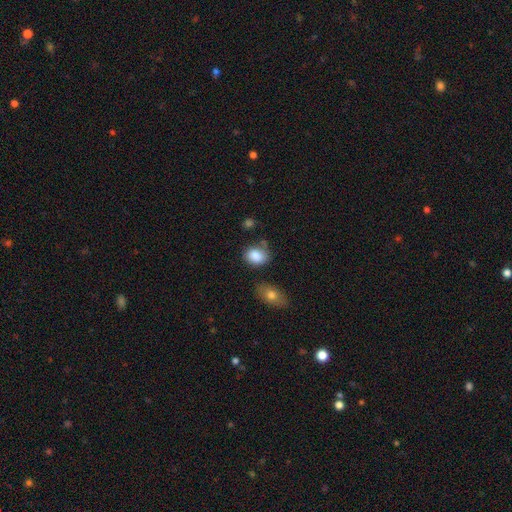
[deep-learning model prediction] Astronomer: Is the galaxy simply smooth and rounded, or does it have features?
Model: smooth — 85%.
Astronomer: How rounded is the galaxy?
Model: in between — 64%.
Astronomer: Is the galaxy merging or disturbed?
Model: none — 60%.